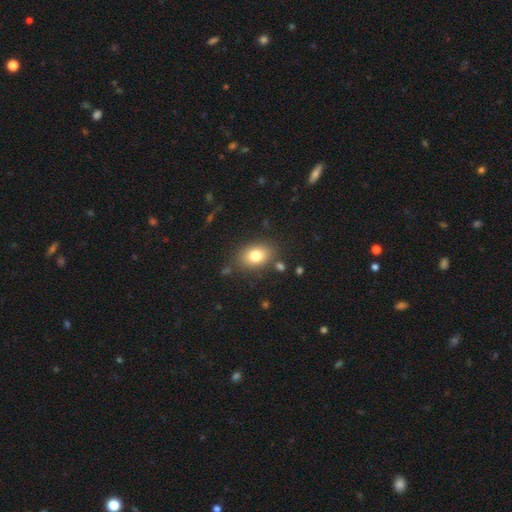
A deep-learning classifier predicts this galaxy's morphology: This appears to be a smooth galaxy with no disk features (78%) that is in between round and cigar-shaped (71%). Merging: none (82%).